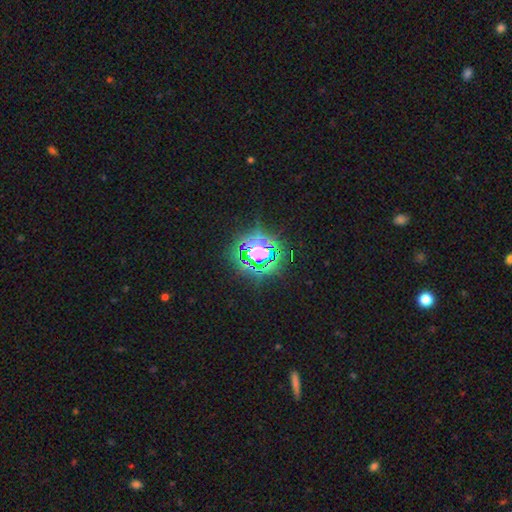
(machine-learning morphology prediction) This is likely a star or artifact rather than a galaxy (74%).